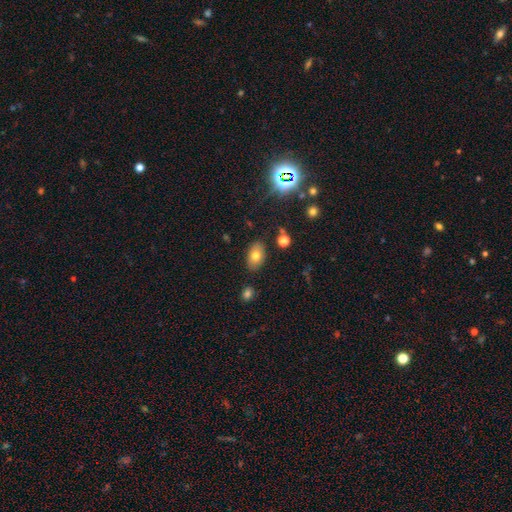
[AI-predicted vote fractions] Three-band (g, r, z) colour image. It shows a smooth galaxy with no disk features (74%) that is in between round and cigar-shaped (90%). Merging: none (84%).